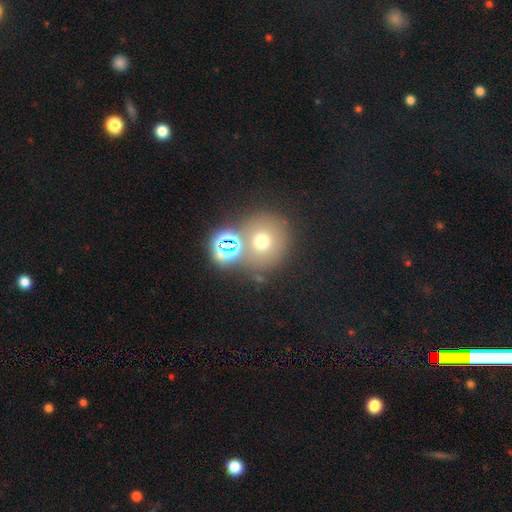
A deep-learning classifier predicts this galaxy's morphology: Overall: smooth (56%; star or artifact 27%). How rounded: round (84%). Merging: none (46%; merger 42%).